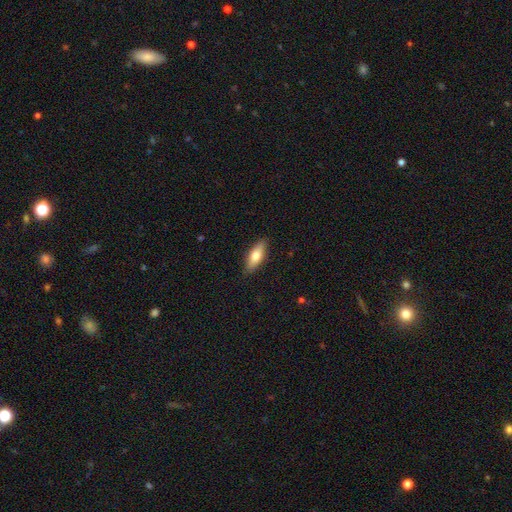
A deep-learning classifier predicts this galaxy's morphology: This appears to be a smooth galaxy with no disk features (72%) that is in between round and cigar-shaped (67%). Merging: none (87%).